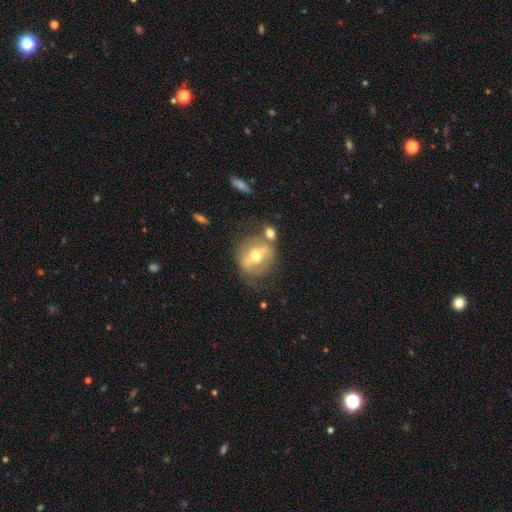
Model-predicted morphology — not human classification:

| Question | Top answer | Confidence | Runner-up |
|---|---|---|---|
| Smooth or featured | featured or disk | 59% | smooth (33%) |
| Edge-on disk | no | 89% | yes (11%) |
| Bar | strong | 44% | weak (32%) |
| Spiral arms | no | 67% | yes (33%) |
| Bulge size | moderate | 73% | small (17%) |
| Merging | none | 55% | minor disturbance (18%) |